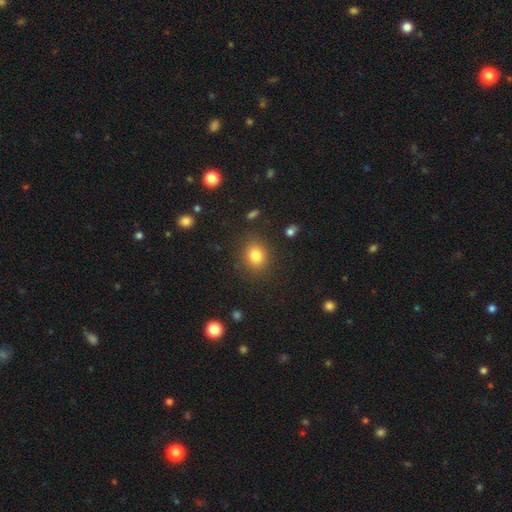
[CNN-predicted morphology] type=smooth (82%); roundness=round (68%); merging=none (86%).